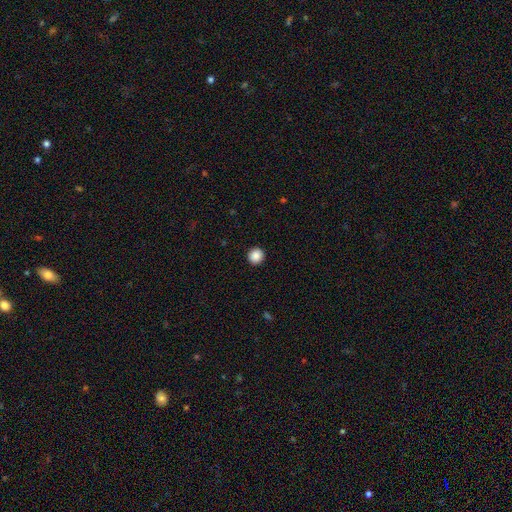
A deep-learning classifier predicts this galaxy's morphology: Smooth or featured? smooth (88%)
How rounded? round (94%)
Merging? none (93%)